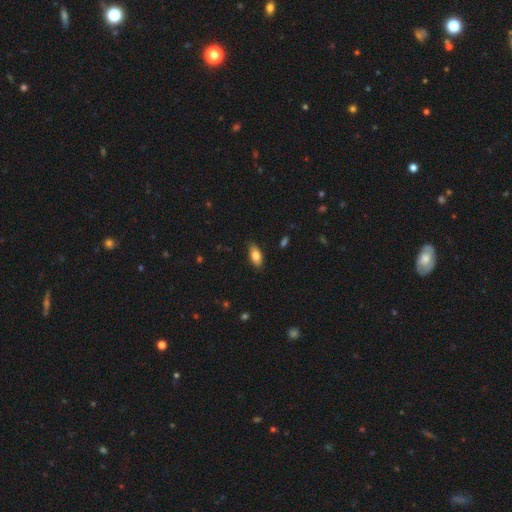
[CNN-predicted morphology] The model was most divided on "smooth or featured": smooth: 82%, featured or disk: 11%, star or artifact: 7%. More confident: how rounded — in between (90%); merging — none (84%).